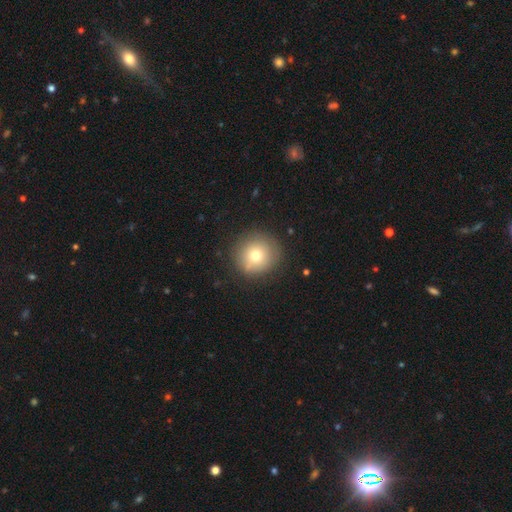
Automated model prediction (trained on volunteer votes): smooth 74%, featured or disk 15%, star or artifact 12%. Down the decision tree: how rounded — round (93%); merging — none (85%).